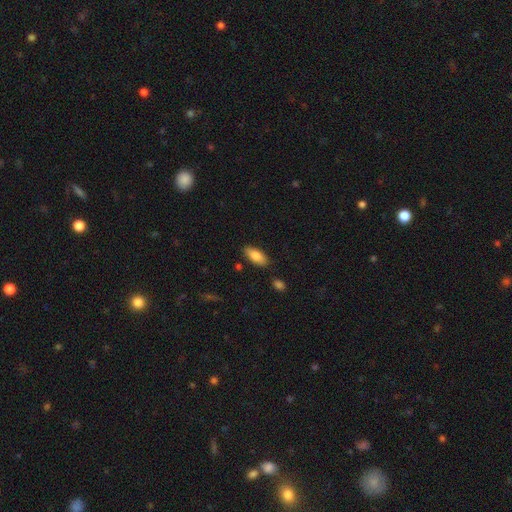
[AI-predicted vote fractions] This appears to be a smooth galaxy with no disk features (84%) that is in between round and cigar-shaped (86%). Merging: none (84%).